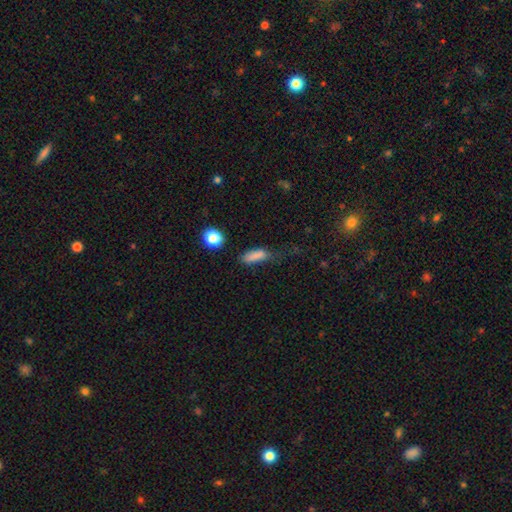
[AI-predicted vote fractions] smooth 80%, star or artifact 11%, featured or disk 8%. Down the decision tree: how rounded — in between (54%); merging — none (49%).